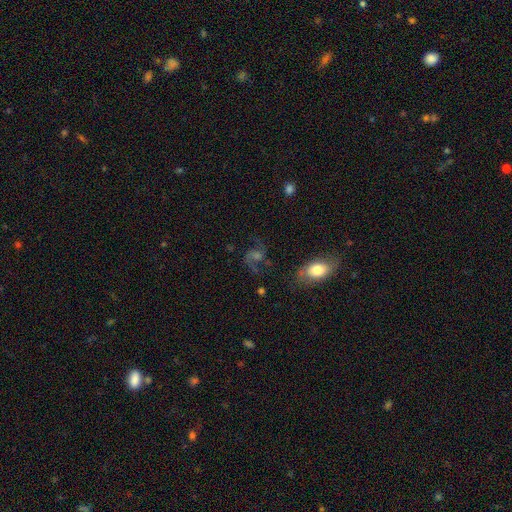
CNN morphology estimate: A featured or disk galaxy (69%) with no bar (55%), 2 (90%) loose (47%) spiral arms (92%) and a moderate central bulge (35%). Merging: none (69%).